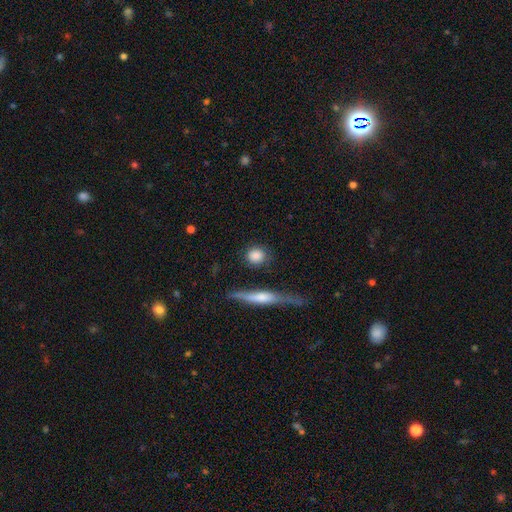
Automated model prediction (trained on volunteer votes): smooth_or_featured: smooth (p=0.82) [alt: featured or disk p=0.10]
how_rounded: round (p=0.80) [alt: in between p=0.13]
merging: none (p=0.80) [alt: minor disturbance p=0.11]